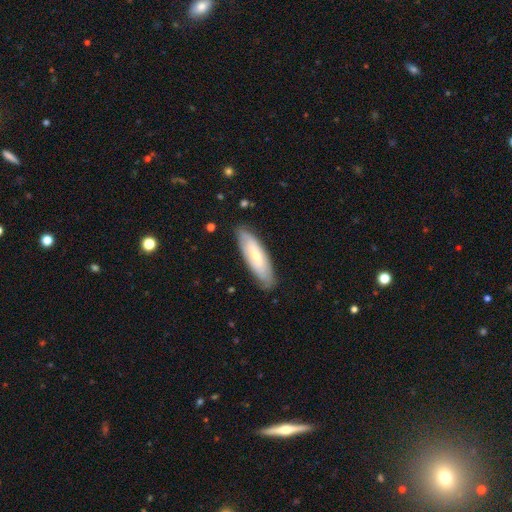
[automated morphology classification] Smooth or featured? Predicted: featured or disk (p=0.49). Merging? Predicted: none (p=0.84).